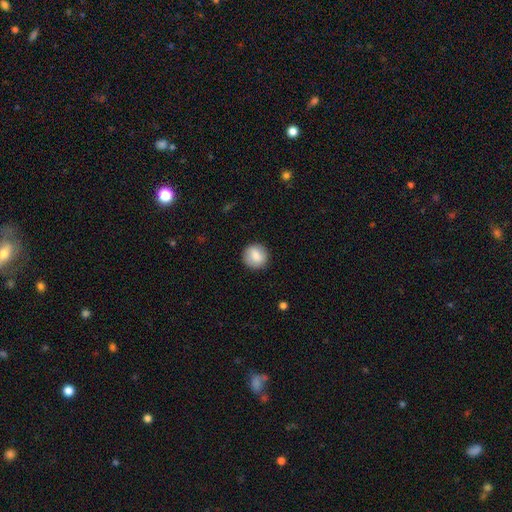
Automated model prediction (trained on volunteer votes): smooth-or-featured: smooth: 83% | featured or disk: 10% | star or artifact: 7%
  how-rounded: round: 90% | in between: 9% | cigar-shaped: 1%
  merging: none: 89% | minor disturbance: 8% | major disturbance: 2% | merger: 1%